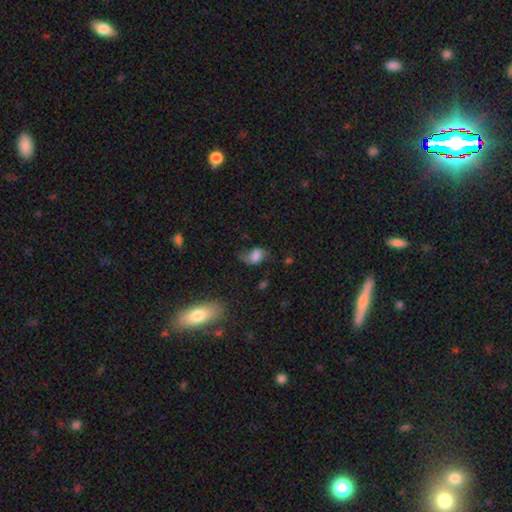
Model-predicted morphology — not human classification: Overall: smooth (68%). How rounded: in between (80%). Merging: none (39%; minor disturbance 32%).